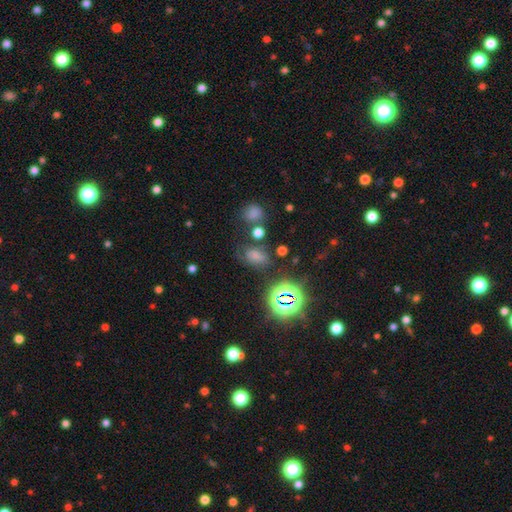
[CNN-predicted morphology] A smooth galaxy with no disk features (56%) that is in between round and cigar-shaped (73%).

Vote fractions:
- Smooth or featured? smooth: 56% / star or artifact: 31% / featured or disk: 14%
- How rounded? in between: 73% / round: 25% / cigar-shaped: 2%
- Merging? none: 55% / minor disturbance: 23% / major disturbance: 14% / merger: 9%